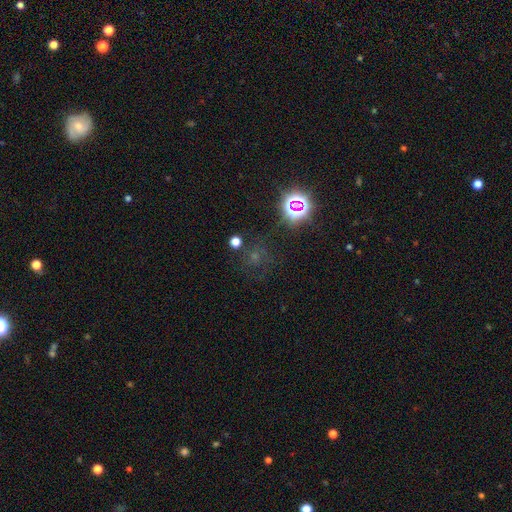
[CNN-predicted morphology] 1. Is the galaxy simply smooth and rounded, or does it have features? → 49% star or artifact, 37% smooth, 14% featured or disk.